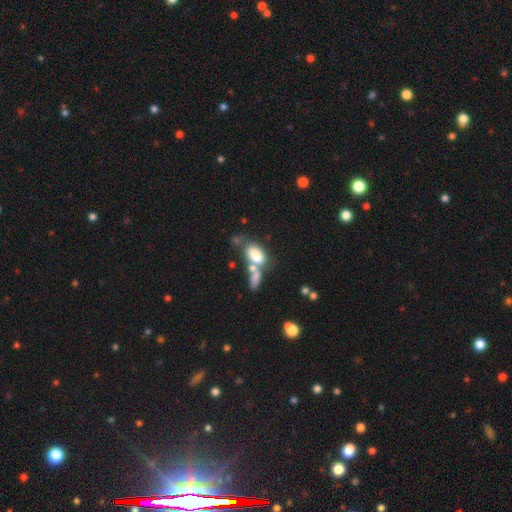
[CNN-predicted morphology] Overall: smooth (77%). How rounded: in between (89%). Merging: merger (50%; none 29%).